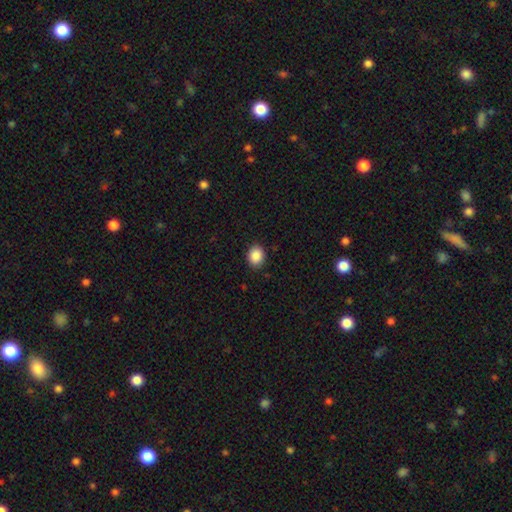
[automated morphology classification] Smooth or featured? Predicted: smooth (p=0.89). How rounded? Predicted: round (p=0.56). Merging? Predicted: none (p=0.88).